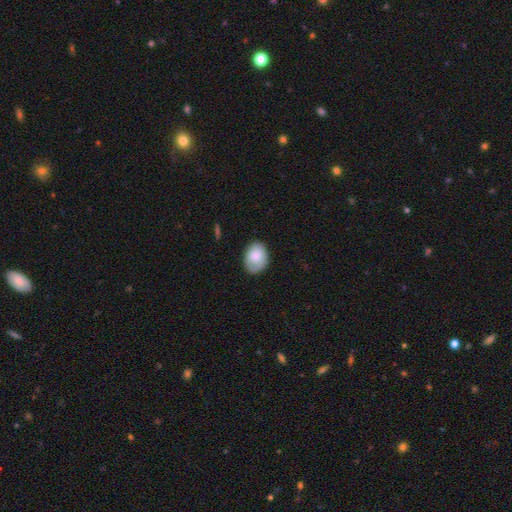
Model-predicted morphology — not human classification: smooth 80%, featured or disk 13%, star or artifact 7%. Down the decision tree: how rounded — in between (71%); merging — none (75%).